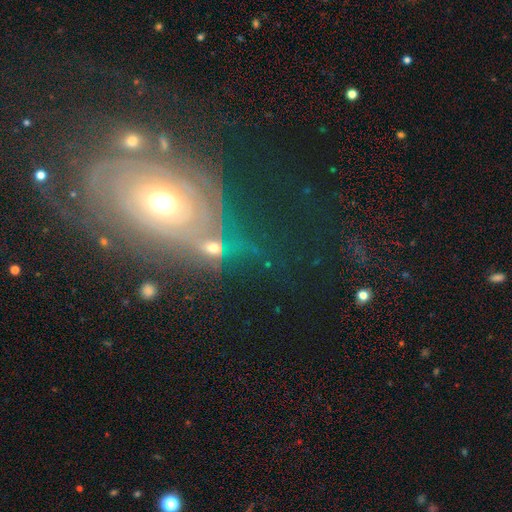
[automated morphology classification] type=featured or disk (55%); edge-on=no (90%); bar=no (81%); spiral arms=yes (53%); bulge=moderate (64%); merging=none (50%).